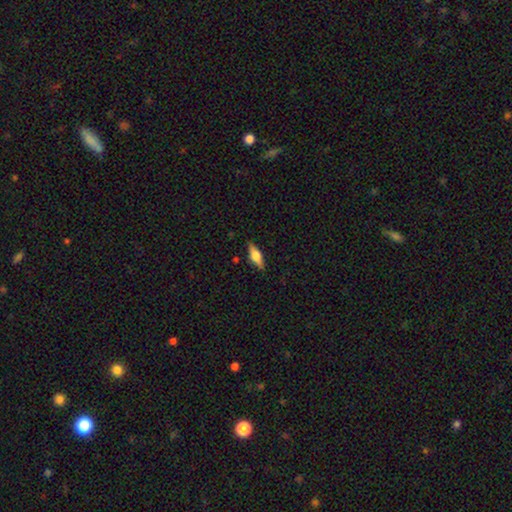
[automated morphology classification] Smooth or featured?
  - featured or disk: 52% *
  - smooth: 40%
  - star or artifact: 7%
Edge-on disk?
  - yes: 94% *
  - no: 6%
Merging?
  - none: 87% *
  - minor disturbance: 10%
  - major disturbance: 2%
  - merger: 1%